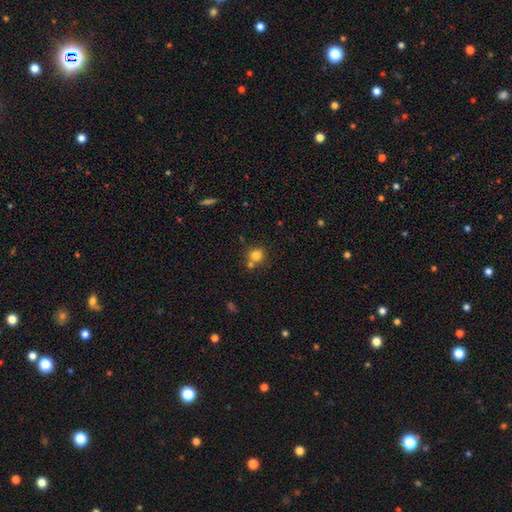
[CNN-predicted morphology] This appears to be a smooth galaxy with no disk features (79%) that is round (84%). Merging: none (57%).